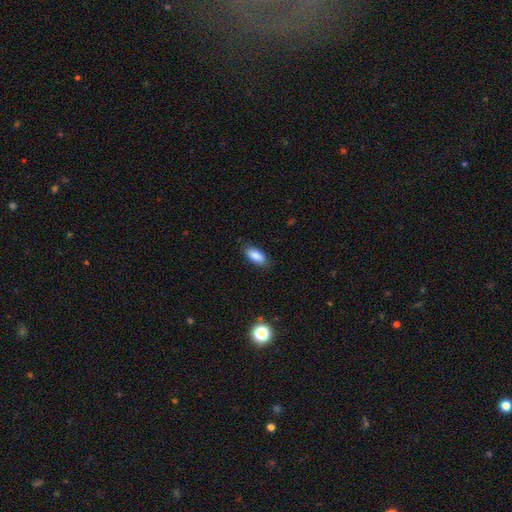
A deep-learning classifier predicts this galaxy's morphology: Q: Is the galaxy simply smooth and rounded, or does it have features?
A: smooth — 87%.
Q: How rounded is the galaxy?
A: in between — 87%.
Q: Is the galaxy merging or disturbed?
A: none — 85%.